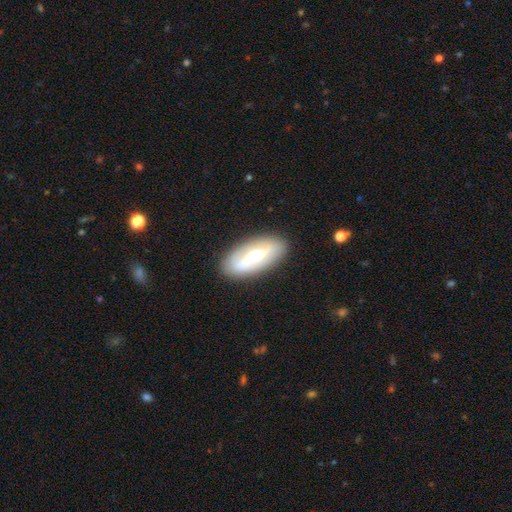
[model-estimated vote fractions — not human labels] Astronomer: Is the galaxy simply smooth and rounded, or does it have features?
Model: featured or disk — 65%.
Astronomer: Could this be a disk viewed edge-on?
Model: no — 77%.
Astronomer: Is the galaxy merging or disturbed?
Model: none — 86%.